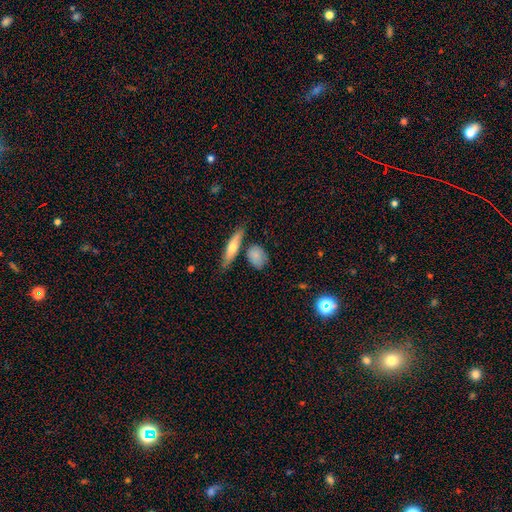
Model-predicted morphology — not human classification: type=smooth (75%); roundness=in between (59%); merging=none (64%).